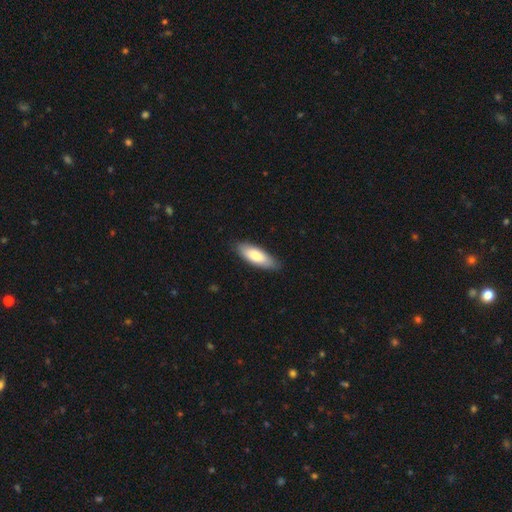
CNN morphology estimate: The model was most divided on "how rounded": in between: 63%, cigar-shaped: 36%, round: 2%. More confident: merging — none (84%); smooth or featured — smooth (81%).